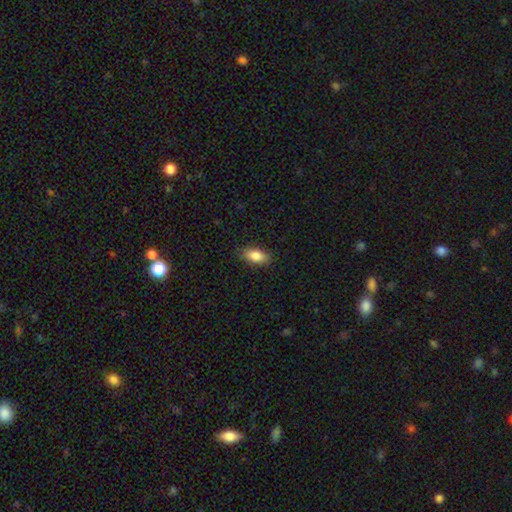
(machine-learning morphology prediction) smooth-or-featured: smooth: 85% | featured or disk: 8% | star or artifact: 7%
  how-rounded: in between: 88% | cigar-shaped: 8% | round: 4%
  merging: none: 85% | minor disturbance: 12% | major disturbance: 3% | merger: 1%